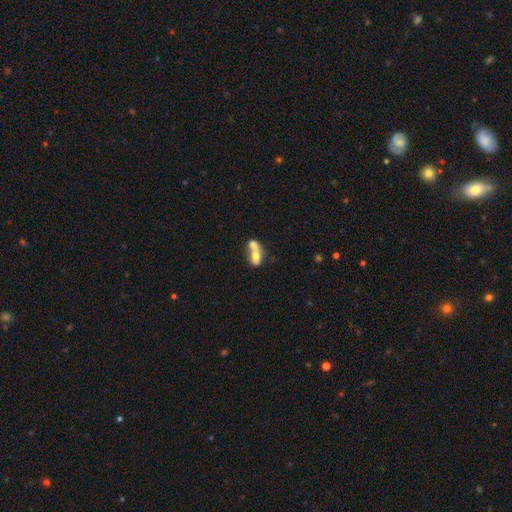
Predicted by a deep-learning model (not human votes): smooth 62%, featured or disk 29%, star or artifact 8%. Down the decision tree: how rounded — in between (72%); merging — merger (73%).